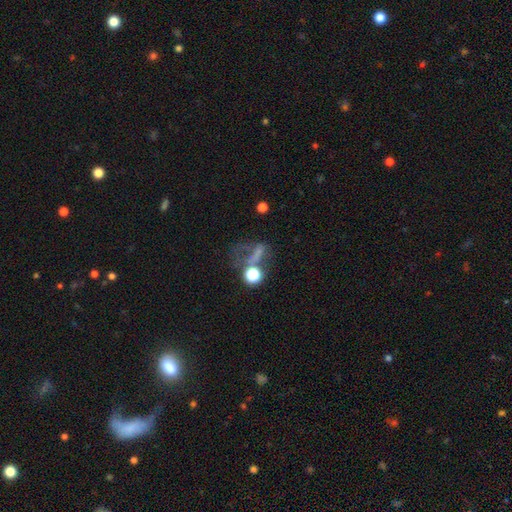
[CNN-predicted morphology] A smooth galaxy with no disk features (41%). Merging: major disturbance (40%).